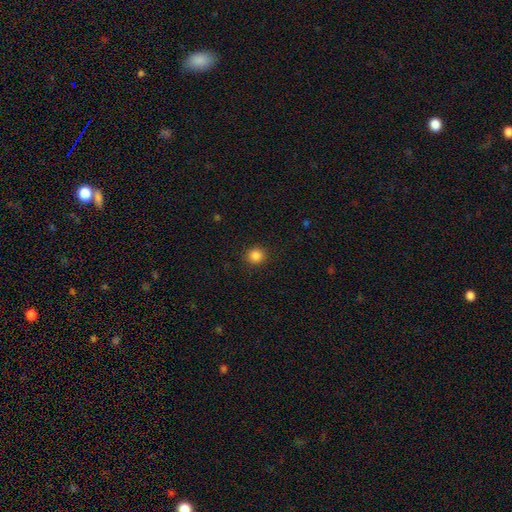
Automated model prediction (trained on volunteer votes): A smooth galaxy with no disk features (86%) that is round (91%).

Vote fractions:
- Smooth or featured? smooth: 86% / star or artifact: 11% / featured or disk: 3%
- How rounded? round: 91% / in between: 8% / cigar-shaped: 1%
- Merging? none: 91% / minor disturbance: 6% / major disturbance: 2% / merger: 1%